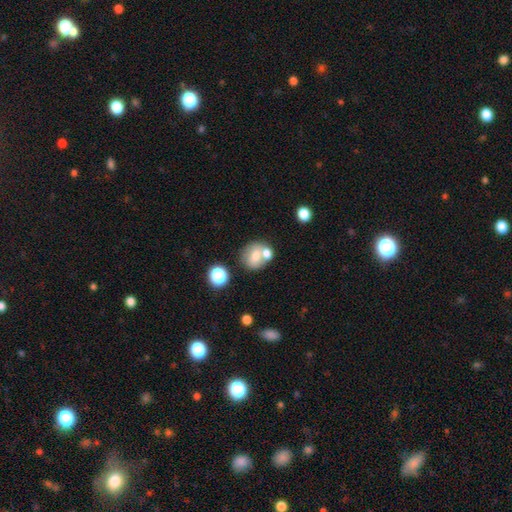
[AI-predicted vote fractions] A smooth galaxy with no disk features (67%) that is round (67%). Merging: none (48%).